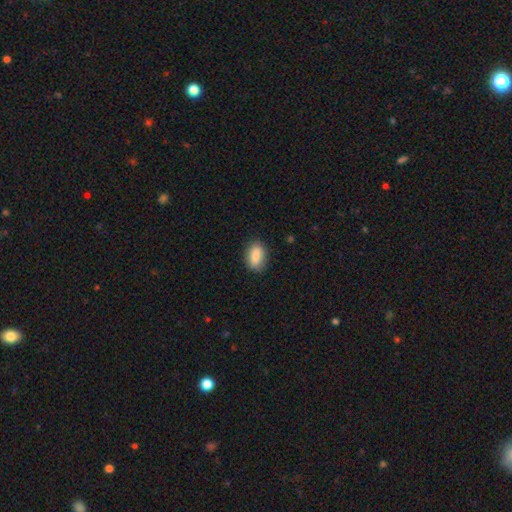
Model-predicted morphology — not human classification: smooth-or-featured: smooth: 86% | featured or disk: 7% | star or artifact: 7%
  how-rounded: in between: 88% | round: 10% | cigar-shaped: 3%
  merging: none: 84% | minor disturbance: 12% | major disturbance: 3% | merger: 1%